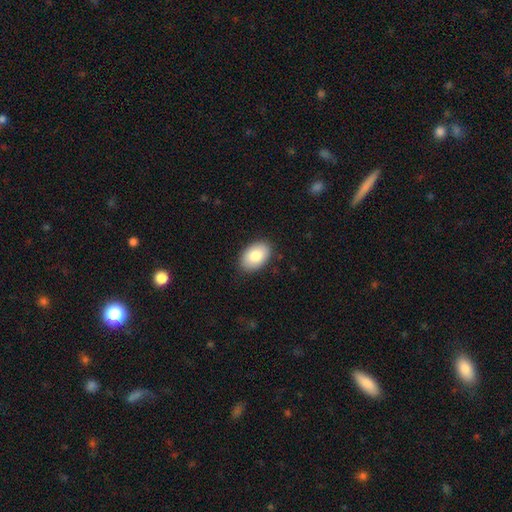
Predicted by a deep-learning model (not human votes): Smooth or featured? Predicted: smooth (p=0.83). How rounded? Predicted: in between (p=0.91). Merging? Predicted: none (p=0.87).